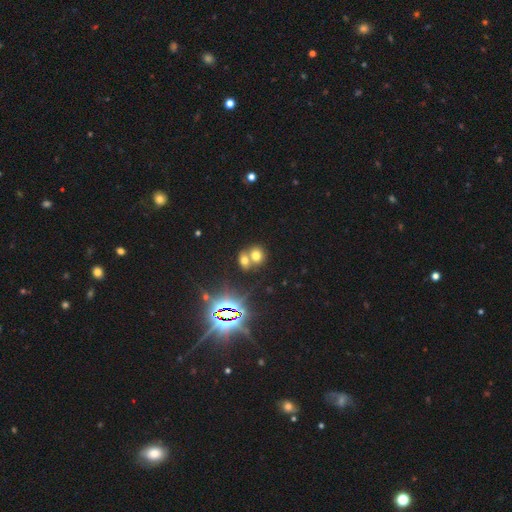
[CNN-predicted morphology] Smooth or featured? Predicted: smooth (p=0.62). How rounded? Predicted: round (p=0.61). Merging? Predicted: merger (p=0.60).